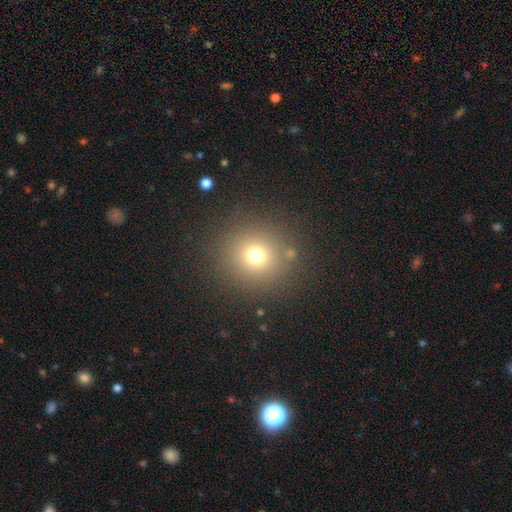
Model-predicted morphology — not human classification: This is likely a smooth galaxy (70%). How rounded: clearly round (93%). Merging: clearly none (85%).